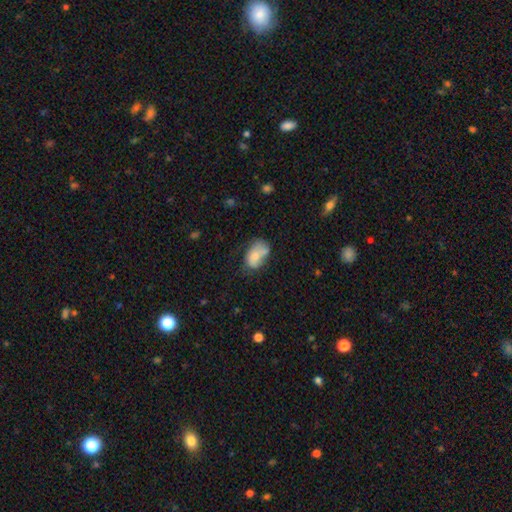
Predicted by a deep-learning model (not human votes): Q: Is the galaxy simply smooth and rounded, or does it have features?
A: smooth — 72%.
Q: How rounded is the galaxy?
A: in between — 88%.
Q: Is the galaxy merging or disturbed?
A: none — 32%.